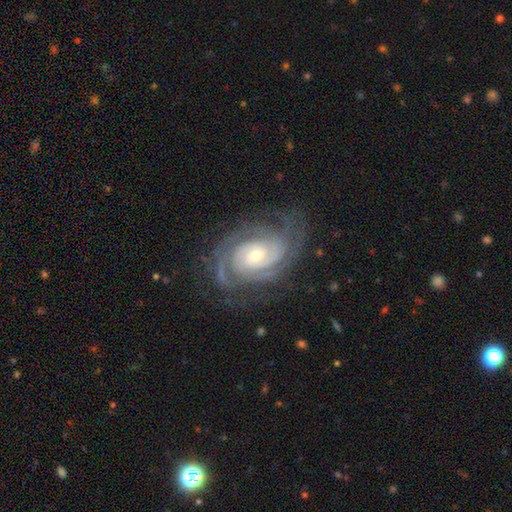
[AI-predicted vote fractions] smooth-or-featured: featured or disk: 91% | star or artifact: 5% | smooth: 4%
  disk-edge-on: no: 97% | yes: 3%
    bar: no: 64% | weak: 27% | strong: 9%
    has-spiral-arms: yes: 98% | no: 2%
      spiral-winding: tight: 73% | medium: 24% | loose: 4%
      spiral-arm-count: 2: 34% | 3: 23% | can't tell: 19% | 4: 12% | more than 4: 6% | 1: 6%
    bulge-size: small: 50% | moderate: 44% | large: 3% | none: 1% | dominant: 1%
  merging: none: 75% | minor disturbance: 17% | major disturbance: 8% | merger: 1%